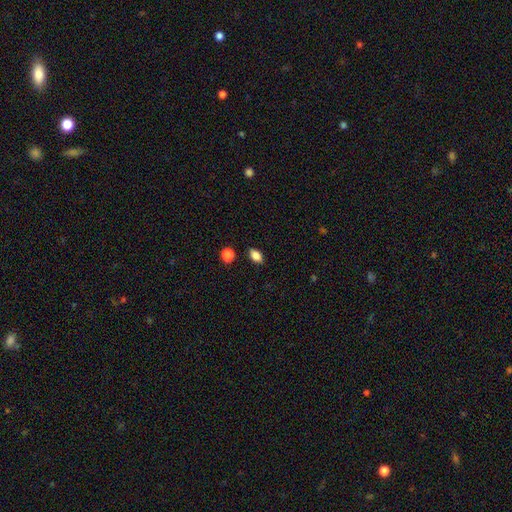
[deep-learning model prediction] Smooth or featured? Predicted: smooth (p=0.84). How rounded? Predicted: in between (p=0.86). Merging? Predicted: none (p=0.86).